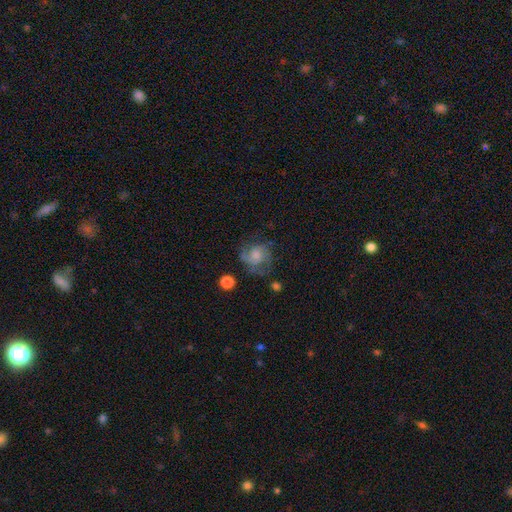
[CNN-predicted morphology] smooth_or_featured: featured or disk (p=0.55) [alt: smooth p=0.36]
disk_edge_on: no (p=0.98) [alt: yes p=0.02]
bar: no (p=0.69) [alt: weak p=0.27]
has_spiral_arms: yes (p=0.82) [alt: no p=0.18]
bulge_size: moderate (p=0.35) [alt: small p=0.31]
merging: none (p=0.51) [alt: minor disturbance p=0.24]